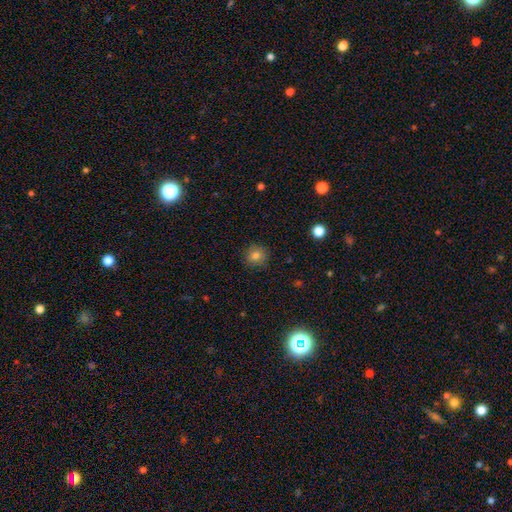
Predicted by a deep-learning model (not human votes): Smooth or featured? smooth (81%)
How rounded? round (90%)
Merging? none (89%)